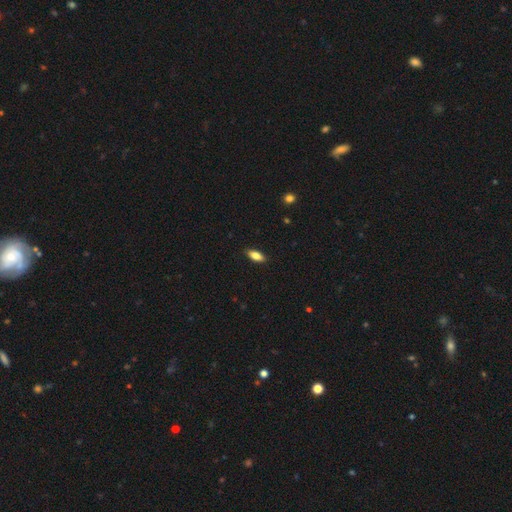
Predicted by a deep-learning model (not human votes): smooth-or-featured: smooth: 80% | featured or disk: 13% | star or artifact: 7%
  how-rounded: in between: 81% | cigar-shaped: 17% | round: 3%
  merging: none: 87% | minor disturbance: 9% | major disturbance: 2% | merger: 1%